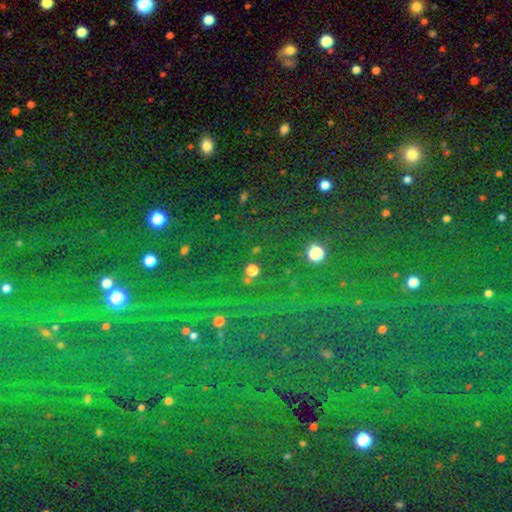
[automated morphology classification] This appears to be a star or artifact, not a galaxy (81%).